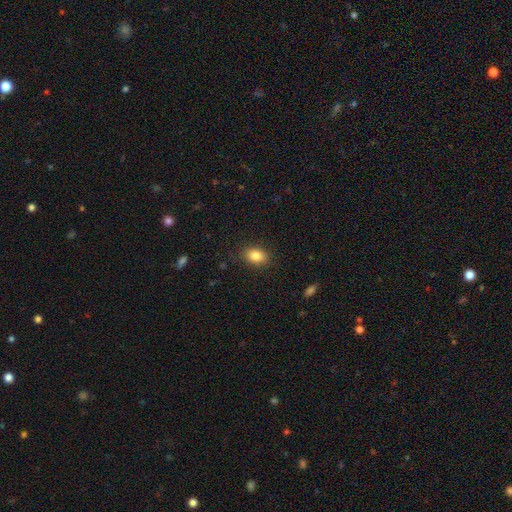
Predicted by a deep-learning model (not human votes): This appears to be a smooth galaxy with no disk features (85%) that is in between round and cigar-shaped (80%). Merging: none (85%).